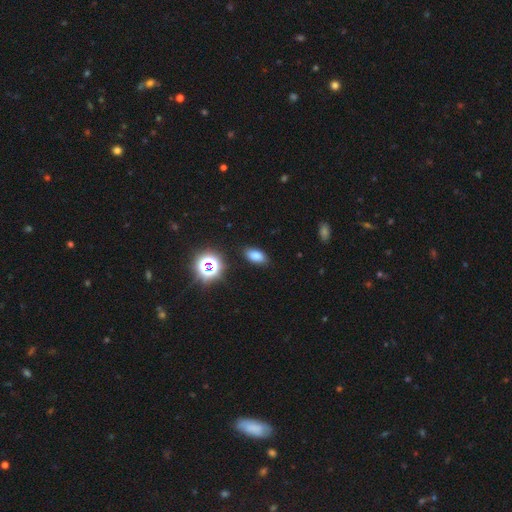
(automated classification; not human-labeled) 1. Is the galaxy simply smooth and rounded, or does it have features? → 74% smooth, 18% star or artifact, 8% featured or disk.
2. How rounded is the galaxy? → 89% in between, 7% round, 4% cigar-shaped.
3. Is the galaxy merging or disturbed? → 87% none, 9% minor disturbance, 2% major disturbance, 2% merger.